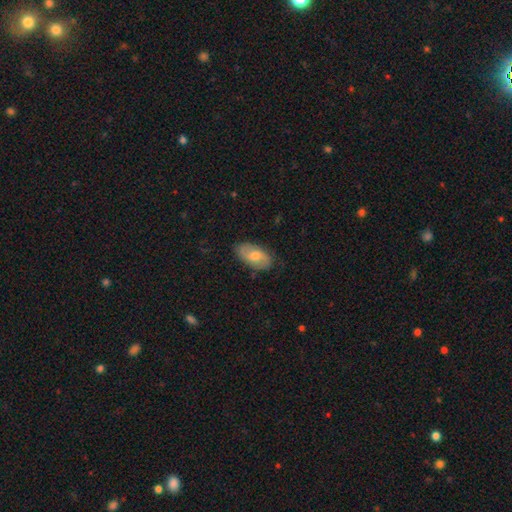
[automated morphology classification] A smooth galaxy with no disk features (52%) that is in between round and cigar-shaped (93%).

Vote fractions:
- Smooth or featured? smooth: 52% / featured or disk: 41% / star or artifact: 6%
- How rounded? in between: 93% / round: 4% / cigar-shaped: 3%
- Merging? none: 80% / minor disturbance: 15% / major disturbance: 3% / merger: 1%